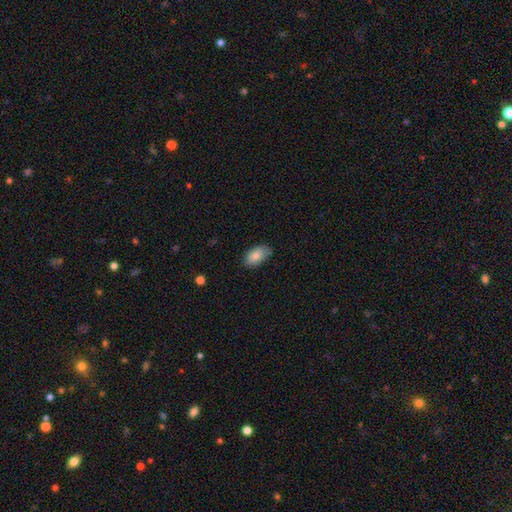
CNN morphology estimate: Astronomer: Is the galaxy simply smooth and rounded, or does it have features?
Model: smooth — 85%.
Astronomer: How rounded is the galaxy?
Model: in between — 94%.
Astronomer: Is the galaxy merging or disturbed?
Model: none — 75%.